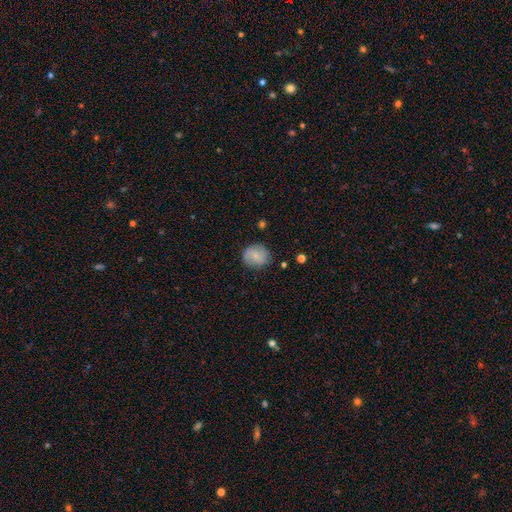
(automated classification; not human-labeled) smooth_or_featured: smooth (p=0.71) [alt: featured or disk p=0.21]
how_rounded: round (p=0.82) [alt: in between p=0.17]
merging: none (p=0.81) [alt: minor disturbance p=0.14]